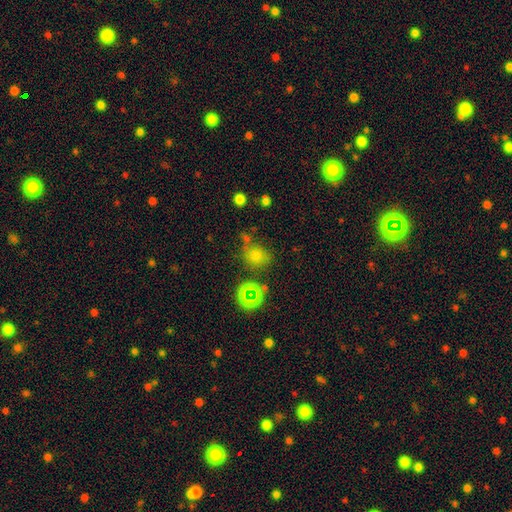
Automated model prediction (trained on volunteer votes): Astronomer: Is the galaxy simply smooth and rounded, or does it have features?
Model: smooth — 57% (runner-up: star or artifact, 35%).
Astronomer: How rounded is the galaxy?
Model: round — 77%.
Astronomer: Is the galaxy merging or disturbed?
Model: none — 71%.